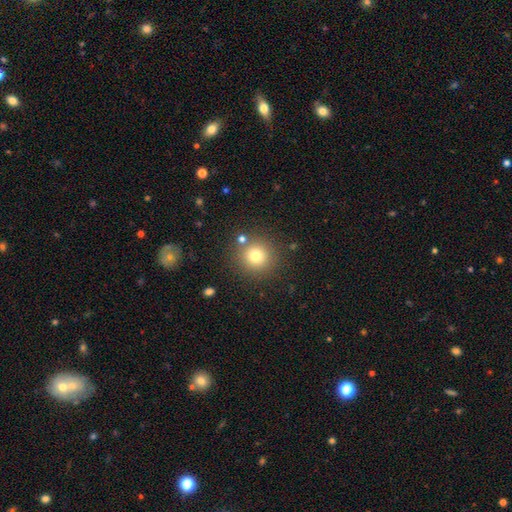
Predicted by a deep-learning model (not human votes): A smooth galaxy with no disk features (76%) that is round (94%).

Vote fractions:
- Smooth or featured? smooth: 76% / star or artifact: 15% / featured or disk: 9%
- How rounded? round: 94% / in between: 5% / cigar-shaped: 1%
- Merging? none: 85% / minor disturbance: 7% / merger: 5% / major disturbance: 3%